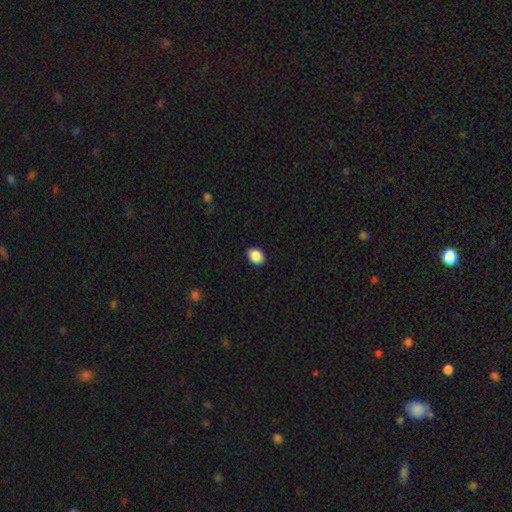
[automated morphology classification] This is clearly a smooth galaxy (89%). How rounded: likely in between (66%). Merging: clearly none (90%).